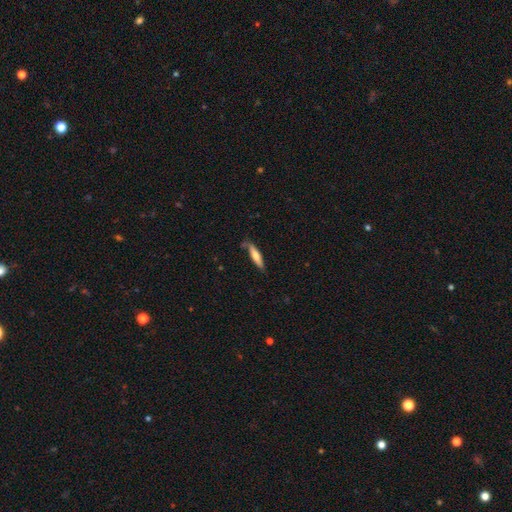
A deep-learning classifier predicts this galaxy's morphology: smooth-or-featured: smooth: 63% | featured or disk: 32% | star or artifact: 6%
  how-rounded: cigar-shaped: 81% | in between: 18% | round: 2%
  merging: none: 72% | minor disturbance: 20% | major disturbance: 4% | merger: 4%